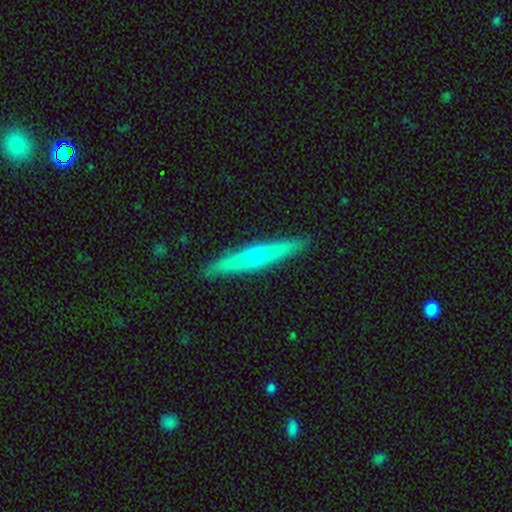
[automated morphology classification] This is likely a featured or disk galaxy (66%). It is clearly viewed edge-on (96%). Edge-on bulge: likely rounded (80%). Merging: clearly none (91%).